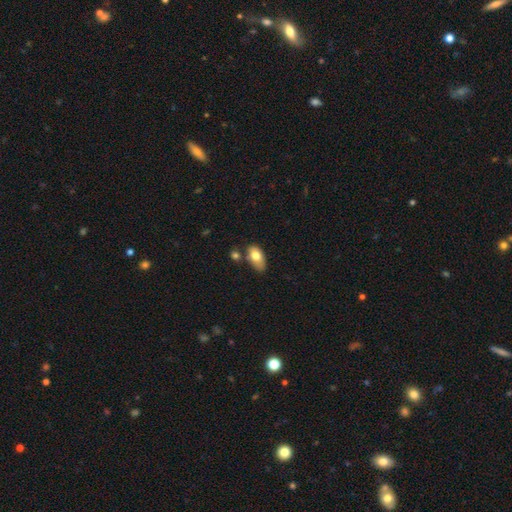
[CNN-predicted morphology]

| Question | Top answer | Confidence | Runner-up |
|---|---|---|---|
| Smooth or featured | smooth | 75% | featured or disk (18%) |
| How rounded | in between | 91% | round (5%) |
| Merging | none | 55% | minor disturbance (23%) |